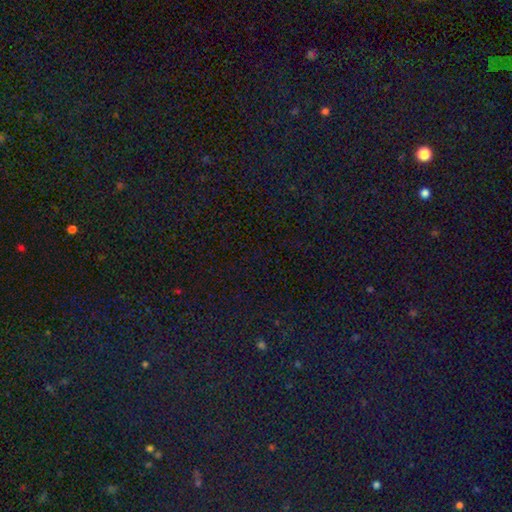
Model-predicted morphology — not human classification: smooth-or-featured: star or artifact: 72% | smooth: 21% | featured or disk: 7%